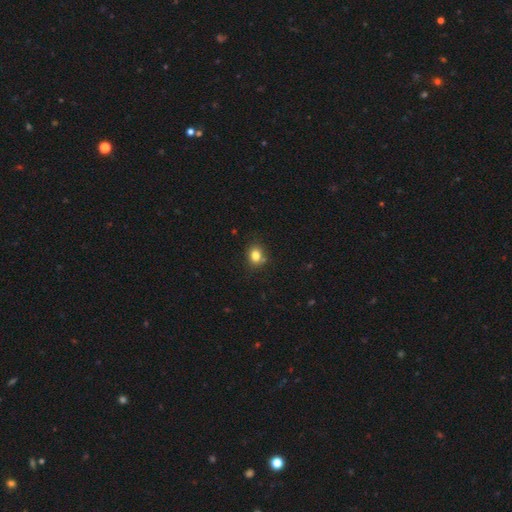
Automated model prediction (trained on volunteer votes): smooth 81%, star or artifact 12%, featured or disk 7%. Down the decision tree: how rounded — round (59%); merging — none (75%).